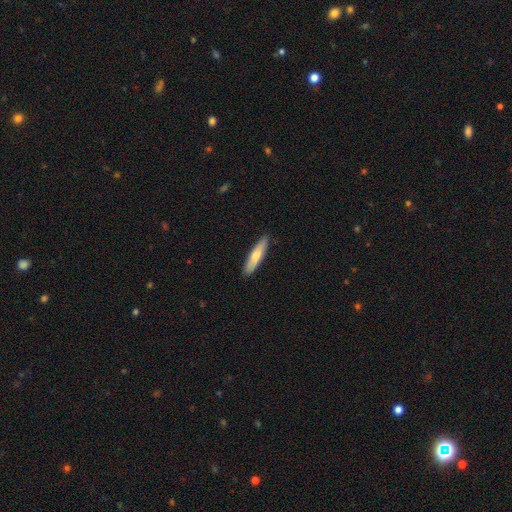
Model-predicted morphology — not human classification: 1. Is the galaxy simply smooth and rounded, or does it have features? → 63% smooth, 32% featured or disk, 6% star or artifact.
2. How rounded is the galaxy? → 82% cigar-shaped, 17% in between, 1% round.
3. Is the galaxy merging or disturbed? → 90% none, 8% minor disturbance, 1% major disturbance, 1% merger.